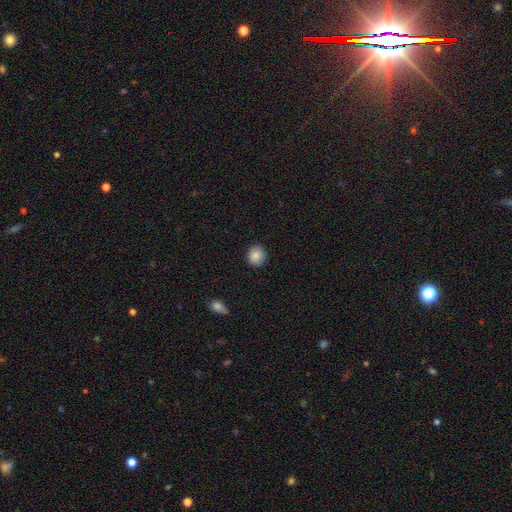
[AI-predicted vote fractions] smooth 87%, star or artifact 8%, featured or disk 5%. Down the decision tree: how rounded — round (81%); merging — none (90%).